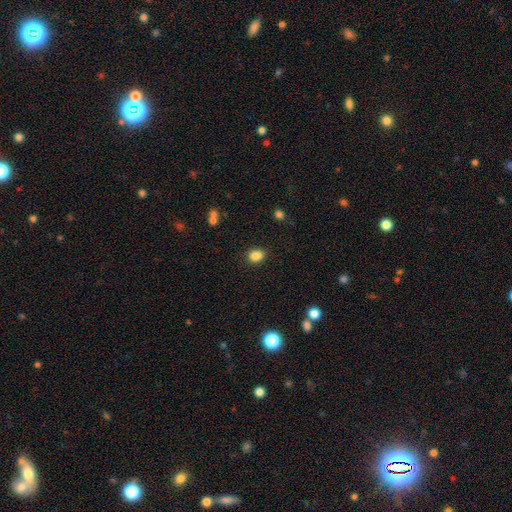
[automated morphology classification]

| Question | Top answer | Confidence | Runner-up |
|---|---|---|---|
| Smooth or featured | smooth | 83% | star or artifact (11%) |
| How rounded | in between | 54% | round (45%) |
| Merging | none | 72% | minor disturbance (14%) |